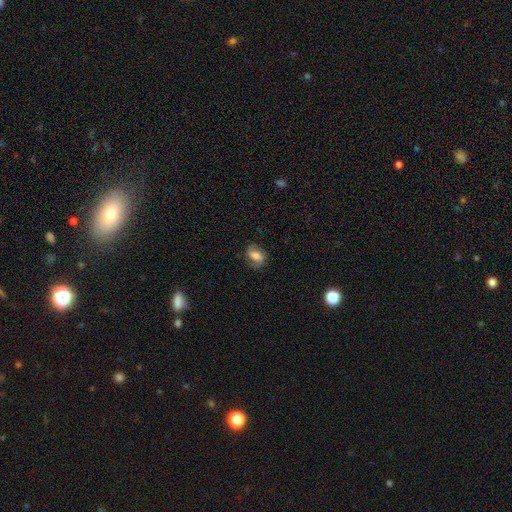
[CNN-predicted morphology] Smooth or featured? Predicted: smooth (p=0.53). How rounded? Predicted: in between (p=0.75). Merging? Predicted: none (p=0.75).